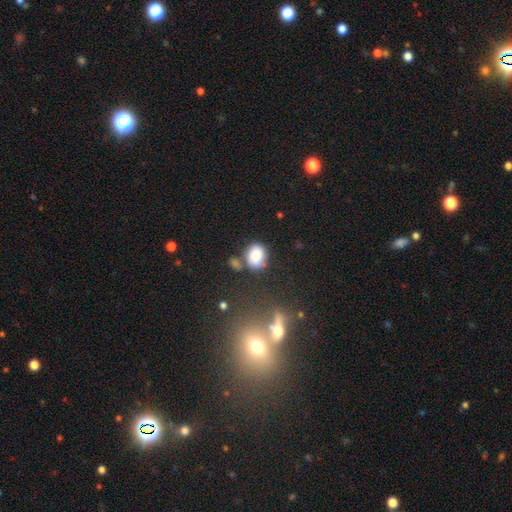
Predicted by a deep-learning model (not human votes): Smooth or featured?
  - smooth: 83% *
  - star or artifact: 10%
  - featured or disk: 8%
How rounded?
  - in between: 61% *
  - round: 38%
  - cigar-shaped: 1%
Merging?
  - none: 57% *
  - minor disturbance: 20%
  - merger: 17%
  - major disturbance: 7%